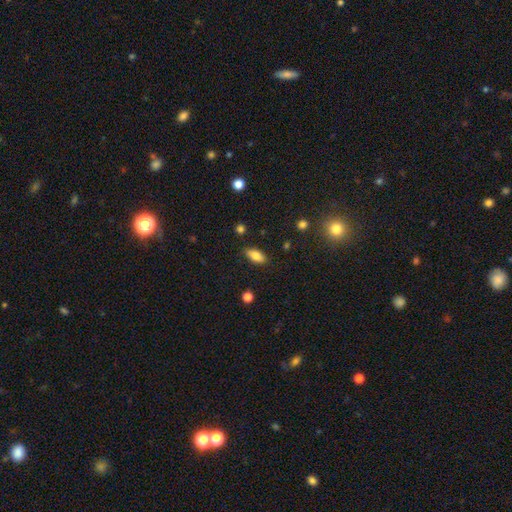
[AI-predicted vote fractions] Smooth or featured? Predicted: smooth (p=0.82). How rounded? Predicted: in between (p=0.86). Merging? Predicted: none (p=0.85).